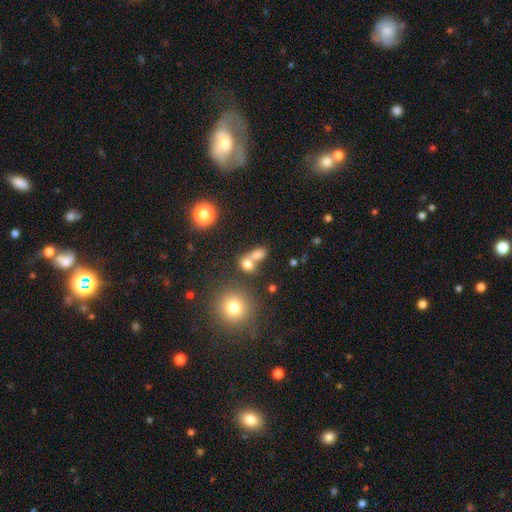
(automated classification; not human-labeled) smooth 74%, star or artifact 15%, featured or disk 11%. Down the decision tree: how rounded — in between (62%); merging — merger (54%).